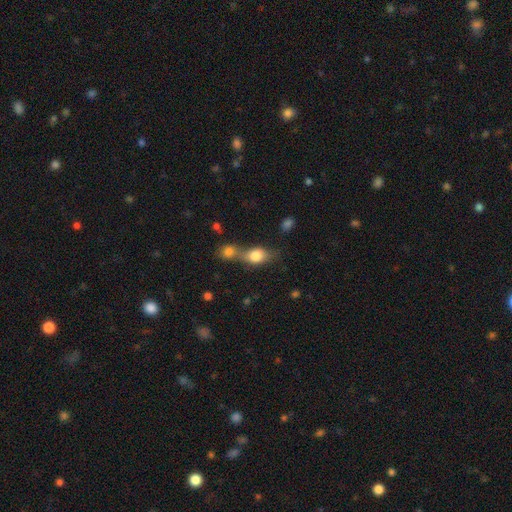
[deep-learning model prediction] A smooth galaxy with no disk features (77%) that is in between round and cigar-shaped (66%). Merging: merger (60%).